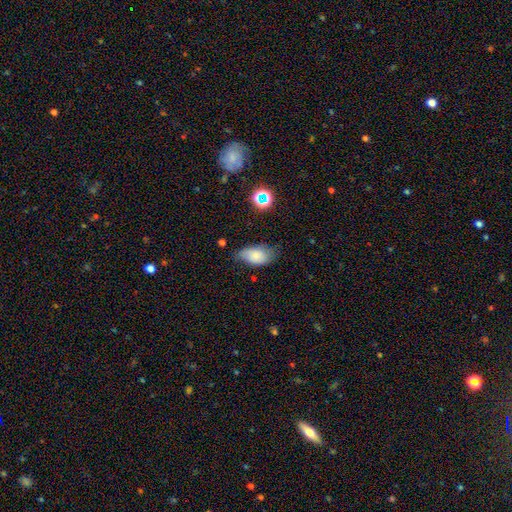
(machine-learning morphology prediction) This is likely a smooth galaxy (76%). How rounded: clearly in between (92%). Merging: possibly none (54%).